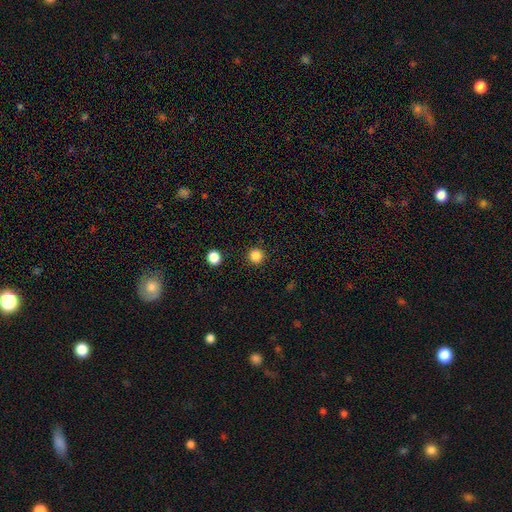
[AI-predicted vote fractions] Smooth or featured? Predicted: smooth (p=0.84). How rounded? Predicted: round (p=0.95). Merging? Predicted: none (p=0.92).